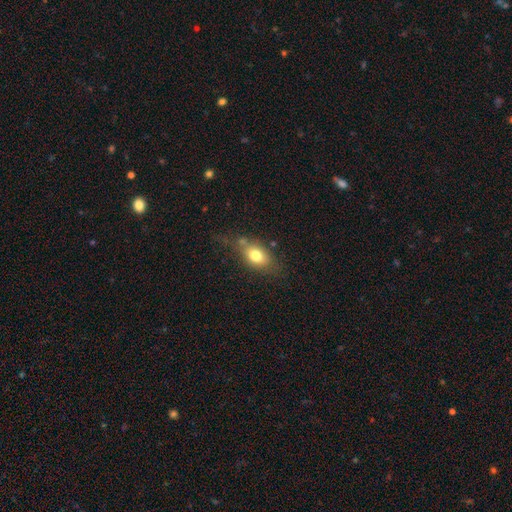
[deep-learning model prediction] This is likely a smooth galaxy (75%). How rounded: likely in between (77%). Merging: possibly none (57%).